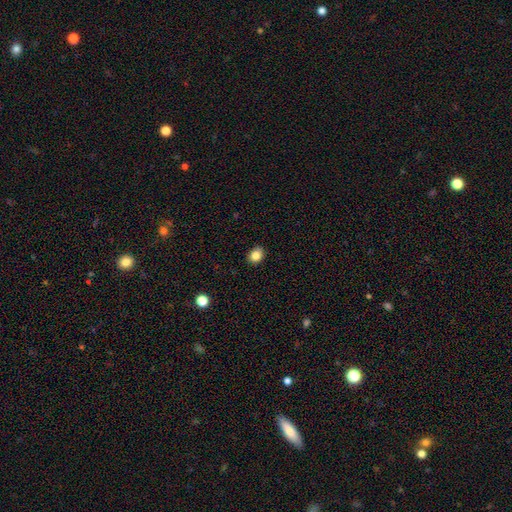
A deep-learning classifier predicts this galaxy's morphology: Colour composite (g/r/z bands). It shows a smooth galaxy with no disk features (83%) that is in between round and cigar-shaped (50%). Merging: none (87%).